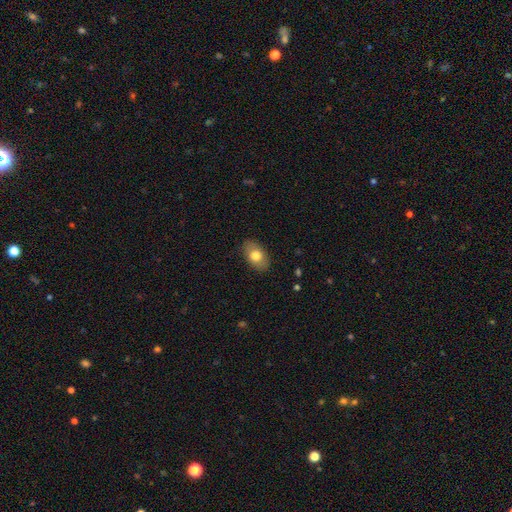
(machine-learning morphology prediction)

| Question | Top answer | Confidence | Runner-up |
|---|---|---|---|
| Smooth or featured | smooth | 76% | featured or disk (18%) |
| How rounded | in between | 89% | round (9%) |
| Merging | none | 86% | minor disturbance (11%) |